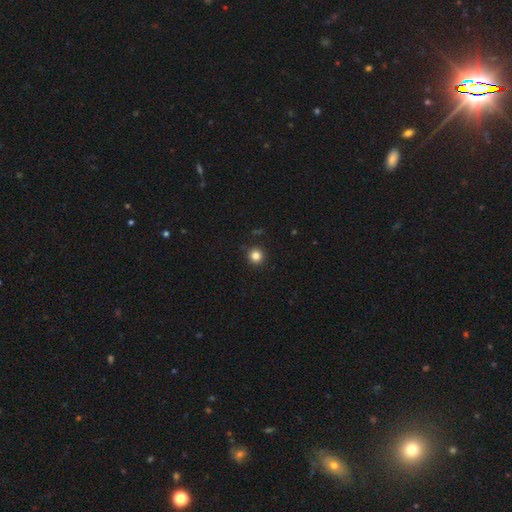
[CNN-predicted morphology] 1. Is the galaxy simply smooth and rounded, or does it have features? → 83% smooth, 12% star or artifact, 5% featured or disk.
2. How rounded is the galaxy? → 95% round, 4% in between, 1% cigar-shaped.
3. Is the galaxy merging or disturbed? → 92% none, 5% minor disturbance, 2% major disturbance, 1% merger.